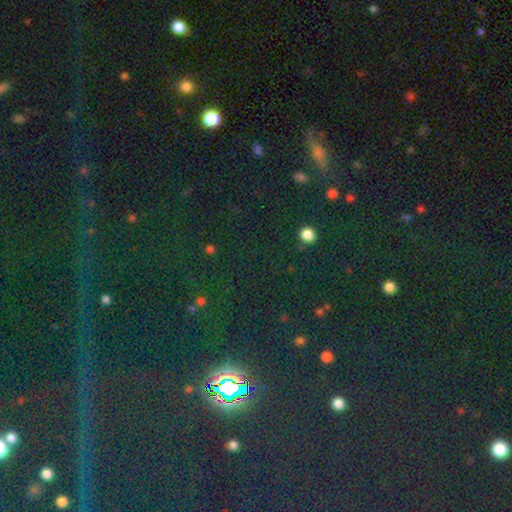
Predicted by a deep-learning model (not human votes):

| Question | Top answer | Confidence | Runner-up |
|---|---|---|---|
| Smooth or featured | star or artifact | 75% | smooth (16%) |